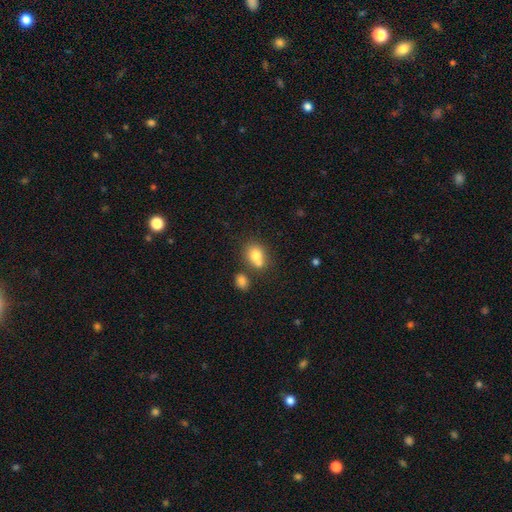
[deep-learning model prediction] This appears to be a smooth galaxy with no disk features (75%) that is round (58%). Merging: none (43%).